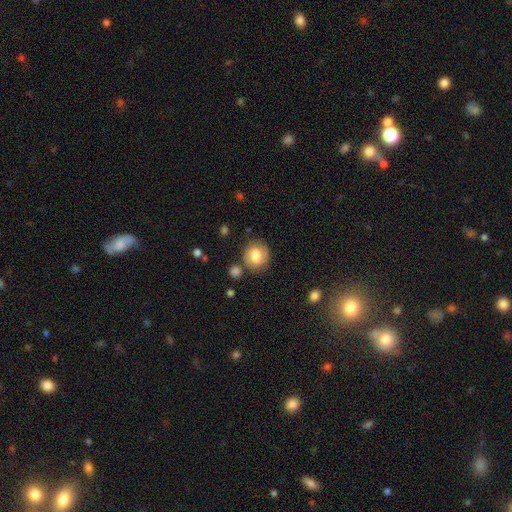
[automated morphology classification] smooth 77%, featured or disk 15%, star or artifact 8%. Down the decision tree: how rounded — round (82%); merging — none (79%).